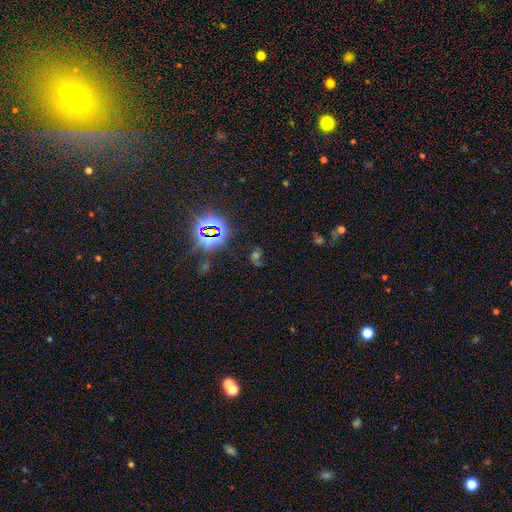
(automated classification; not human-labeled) star or artifact 58%, smooth 22%, featured or disk 20%.